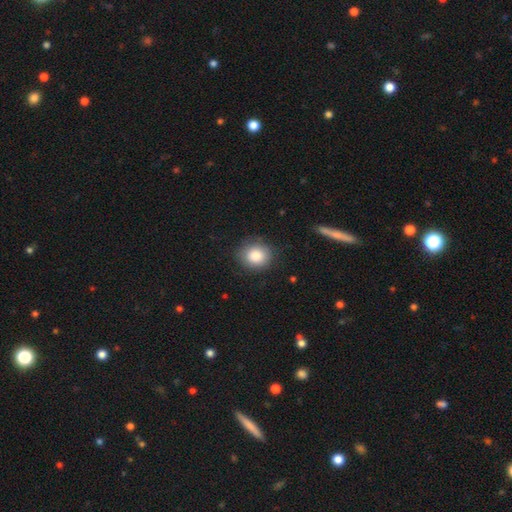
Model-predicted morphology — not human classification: This is clearly a smooth galaxy (84%). How rounded: clearly round (81%). Merging: clearly none (82%).